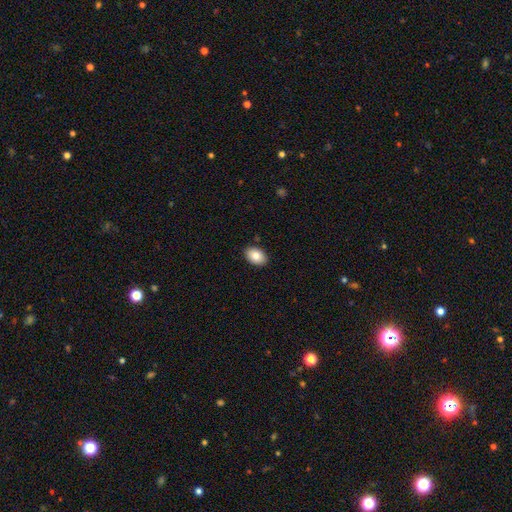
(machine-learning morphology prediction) A smooth galaxy with no disk features (85%) that is in between round and cigar-shaped (87%). Merging: none (89%).